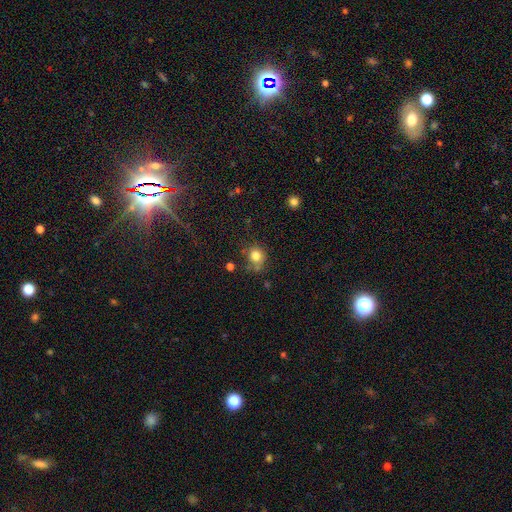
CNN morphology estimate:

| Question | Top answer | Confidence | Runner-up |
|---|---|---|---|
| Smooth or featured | smooth | 79% | star or artifact (13%) |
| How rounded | round | 82% | in between (17%) |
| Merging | none | 64% | minor disturbance (21%) |